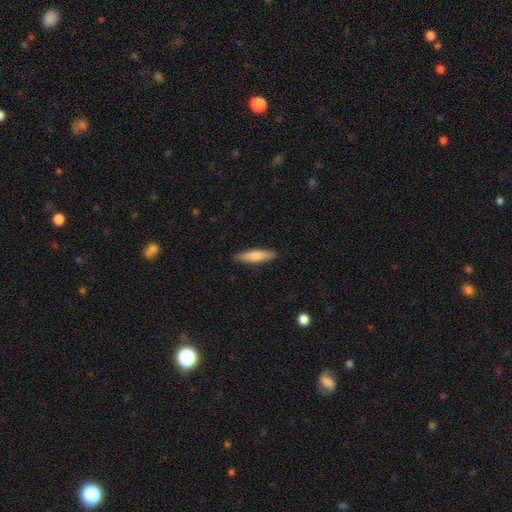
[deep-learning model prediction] Q: Smooth or featured?
A: smooth (77%); runner-up: featured or disk (18%)
Q: How rounded?
A: cigar-shaped (74%); runner-up: in between (24%)
Q: Merging?
A: none (89%); runner-up: minor disturbance (8%)